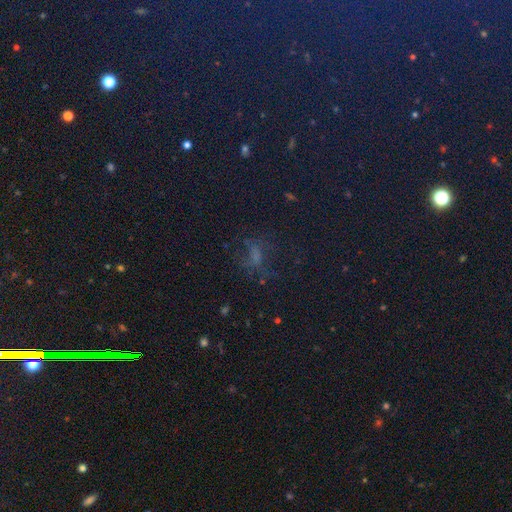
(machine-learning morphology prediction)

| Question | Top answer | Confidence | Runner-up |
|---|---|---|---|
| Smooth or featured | star or artifact | 44% | smooth (34%) |